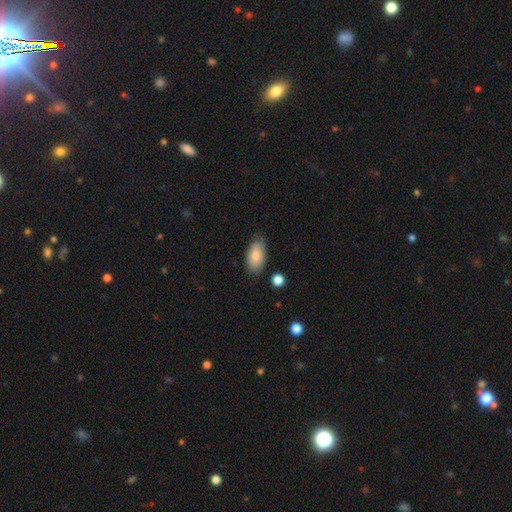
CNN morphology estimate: Overall: smooth (83%). How rounded: in between (94%). Merging: none (75%).